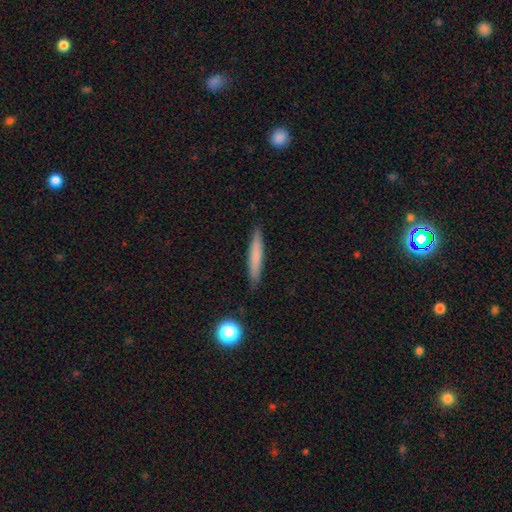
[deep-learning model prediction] Smooth or featured: smooth — 72% (featured or disk — 21%)
How rounded: cigar-shaped — 94% (in between — 5%)
Merging: none — 90% (minor disturbance — 7%)